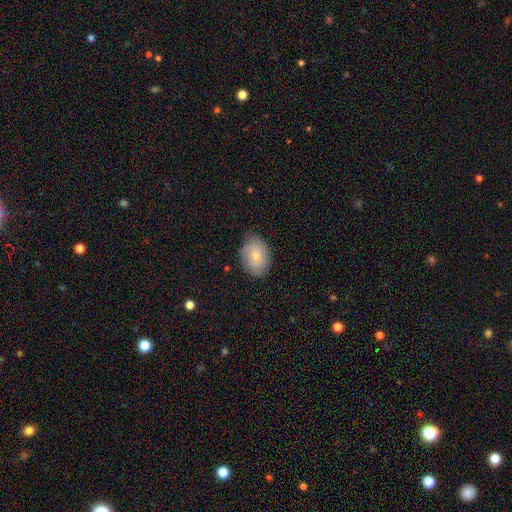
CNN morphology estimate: This is likely a smooth galaxy (72%). How rounded: likely in between (80%). Merging: likely none (76%).